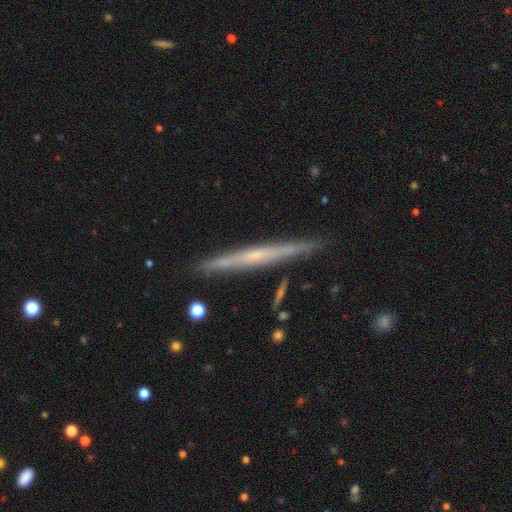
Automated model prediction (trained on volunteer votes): Smooth or featured: featured or disk — 65% (smooth — 29%)
Edge-on disk: yes — 97% (no — 3%)
Edge-on bulge: none — 62% (rounded — 32%)
Merging: none — 89% (minor disturbance — 8%)